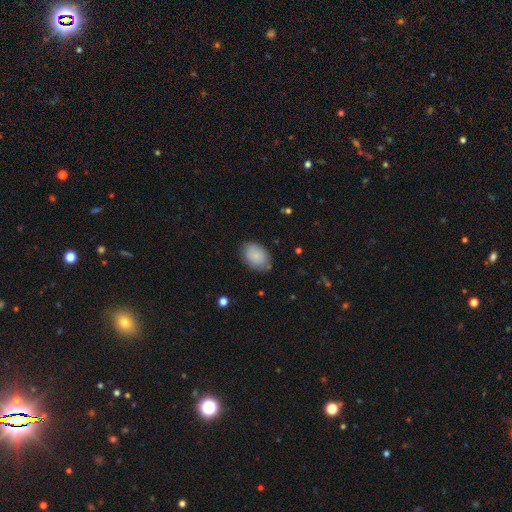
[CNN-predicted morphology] type=smooth (83%); roundness=in between (81%); merging=none (76%).